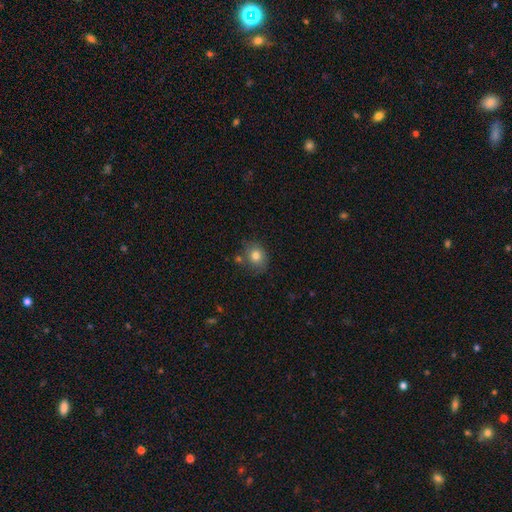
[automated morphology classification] Smooth or featured? smooth (79%)
How rounded? round (63%)
Merging? none (72%)